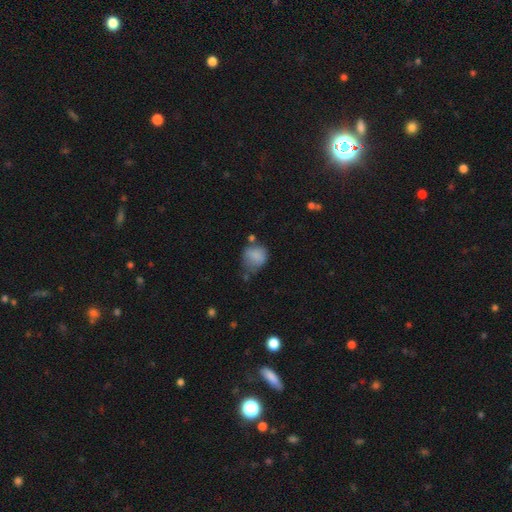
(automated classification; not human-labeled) Smooth or featured? Predicted: smooth (p=0.80). How rounded? Predicted: round (p=0.64). Merging? Predicted: none (p=0.43).